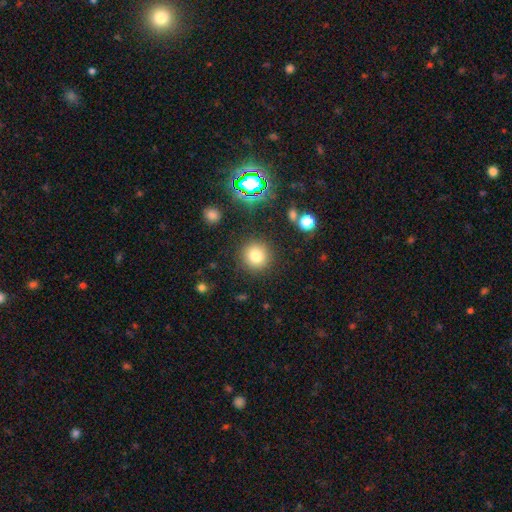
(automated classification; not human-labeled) Smooth or featured?
  - smooth: 78% *
  - star or artifact: 14%
  - featured or disk: 8%
How rounded?
  - round: 92% *
  - in between: 7%
  - cigar-shaped: 1%
Merging?
  - none: 88% *
  - minor disturbance: 7%
  - major disturbance: 3%
  - merger: 2%